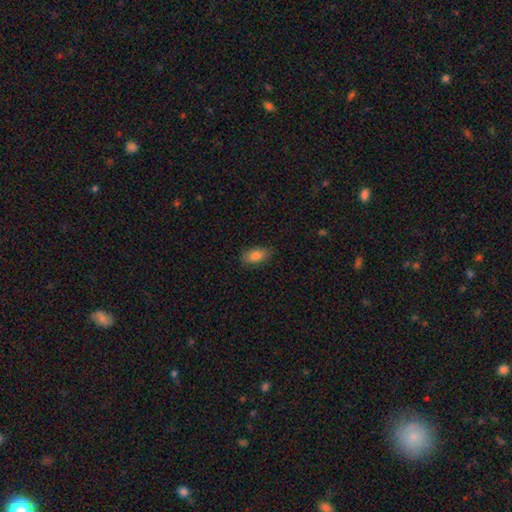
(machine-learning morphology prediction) smooth-or-featured: smooth: 83% | featured or disk: 9% | star or artifact: 8%
  how-rounded: in between: 90% | round: 6% | cigar-shaped: 3%
  merging: none: 82% | minor disturbance: 14% | major disturbance: 3% | merger: 1%